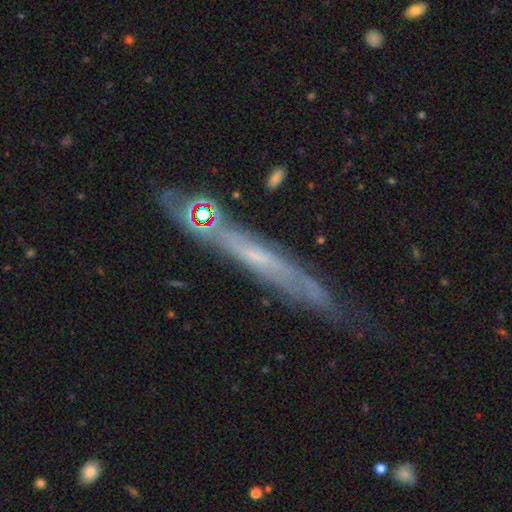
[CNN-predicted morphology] Smooth or featured? Predicted: featured or disk (p=0.67). Edge-on disk? Predicted: yes (p=0.81). Edge-on bulge? Predicted: none (p=0.71). Merging? Predicted: none (p=0.73).